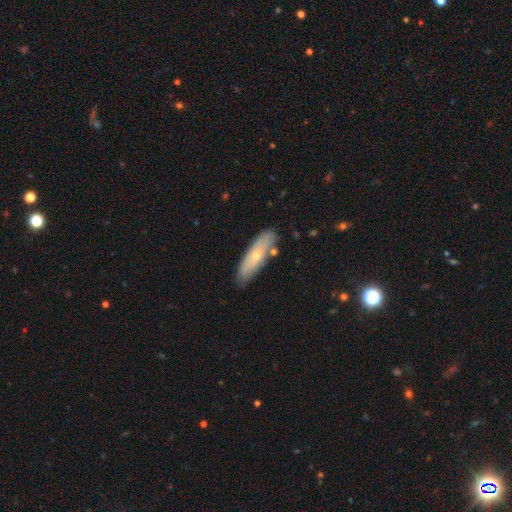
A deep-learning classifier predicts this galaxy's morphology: This is possibly a smooth galaxy (56%). How rounded: possibly cigar-shaped (58%). Merging: likely none (79%).